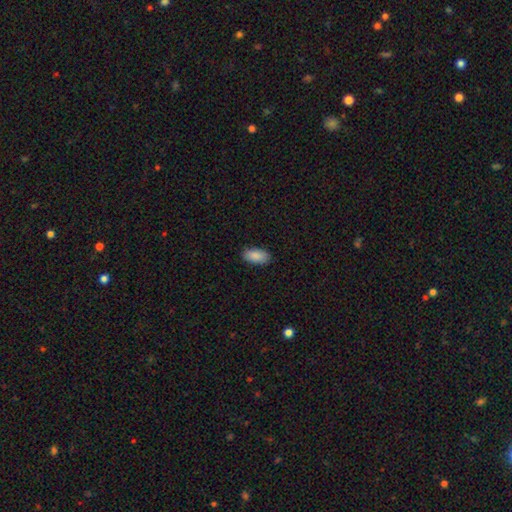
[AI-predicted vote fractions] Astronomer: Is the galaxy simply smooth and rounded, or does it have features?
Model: smooth — 90%.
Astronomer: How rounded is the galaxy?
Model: in between — 93%.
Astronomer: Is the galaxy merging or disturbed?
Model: none — 89%.